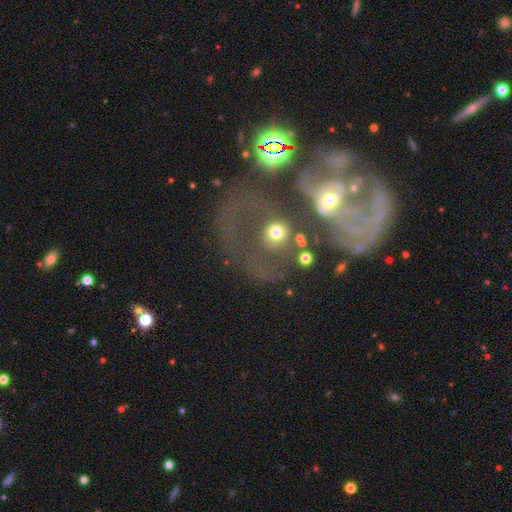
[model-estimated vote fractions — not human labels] Smooth or featured? featured or disk (58%)
Edge-on disk? no (96%)
Bar? no (75%)
Spiral arms? no (53%)
Bulge size? small (40%, tied with moderate)
Merging? merger (45%)